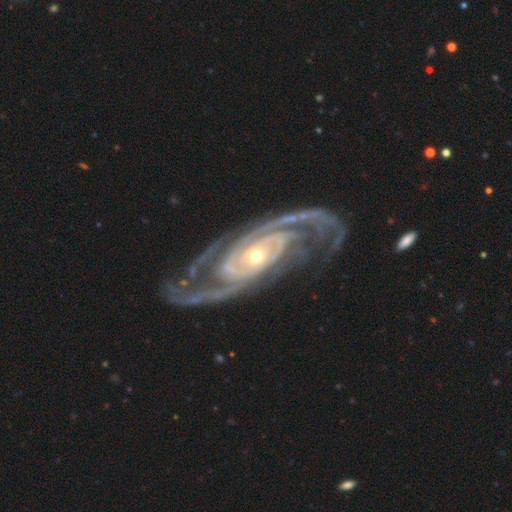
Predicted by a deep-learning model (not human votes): smooth_or_featured: featured or disk (p=0.93) [alt: star or artifact p=0.04]
disk_edge_on: no (p=0.96) [alt: yes p=0.04]
bar: no (p=0.59) [alt: weak p=0.23]
has_spiral_arms: yes (p=0.98) [alt: no p=0.02]
spiral_winding: tight (p=0.45) [alt: medium p=0.44]
spiral_arm_count: 2 (p=0.62) [alt: 3 p=0.14]
bulge_size: small (p=0.59) [alt: moderate p=0.37]
merging: none (p=0.73) [alt: minor disturbance p=0.15]